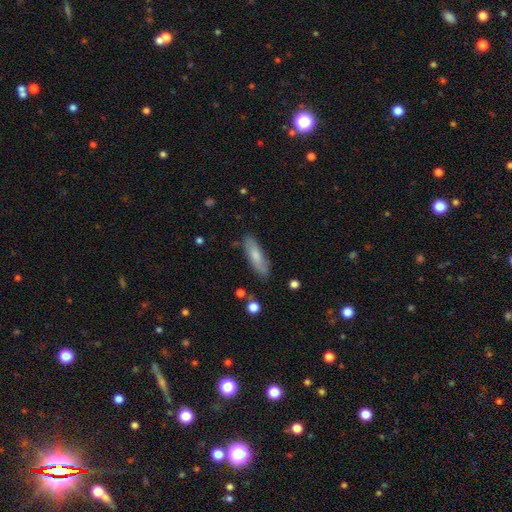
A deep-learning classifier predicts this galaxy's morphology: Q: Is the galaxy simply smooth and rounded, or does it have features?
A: smooth — 70%.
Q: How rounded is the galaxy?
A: cigar-shaped — 55%.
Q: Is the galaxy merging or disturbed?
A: none — 82%.